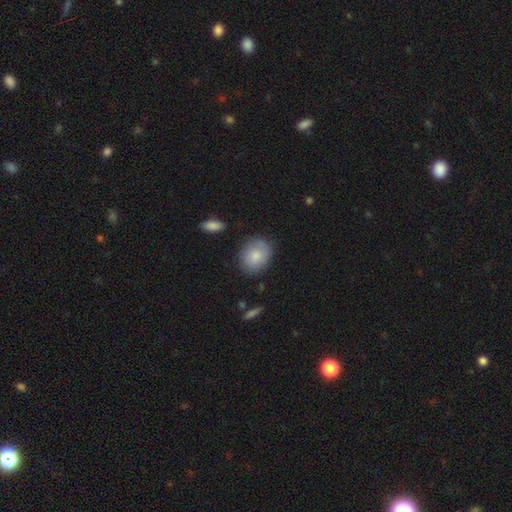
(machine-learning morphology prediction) A smooth galaxy with no disk features (79%) that is round (65%).

Vote fractions:
- Smooth or featured? smooth: 79% / featured or disk: 15% / star or artifact: 7%
- How rounded? round: 65% / in between: 34% / cigar-shaped: 1%
- Merging? none: 77% / minor disturbance: 17% / major disturbance: 4% / merger: 2%